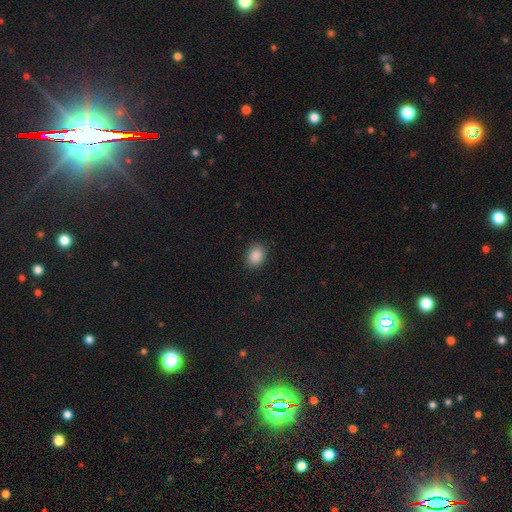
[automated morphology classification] smooth 89%, star or artifact 9%, featured or disk 3%. Down the decision tree: how rounded — in between (59%); merging — none (89%).